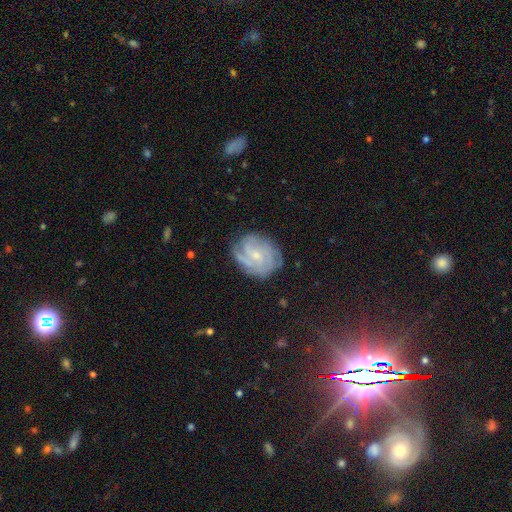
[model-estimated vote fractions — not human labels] Morphology: type=featured or disk (77%); edge-on=no (97%); bar=no (58%); spiral arms=yes (94%); winding=tight (62%); arm count=can't tell (35%); bulge=small (66%); merging=none (73%).